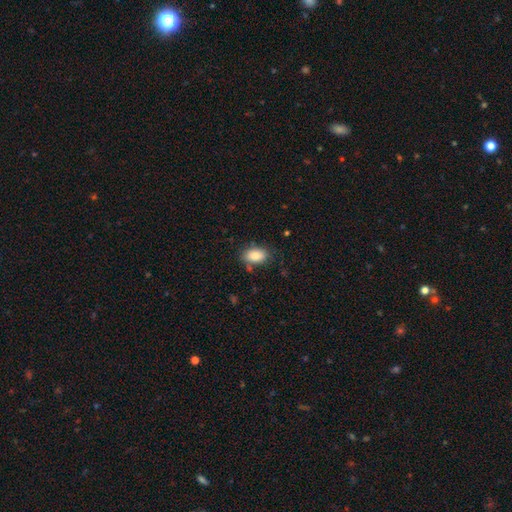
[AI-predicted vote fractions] smooth-or-featured: smooth: 86% | star or artifact: 8% | featured or disk: 6%
  how-rounded: in between: 89% | round: 10% | cigar-shaped: 2%
  merging: none: 80% | minor disturbance: 14% | major disturbance: 4% | merger: 3%